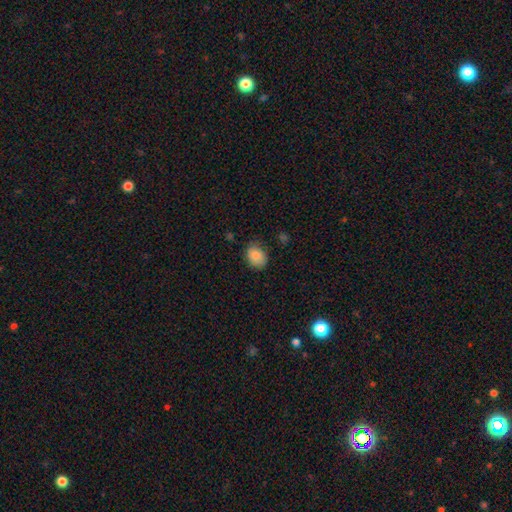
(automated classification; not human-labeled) Smooth or featured?
  - smooth: 87% *
  - star or artifact: 8%
  - featured or disk: 6%
How rounded?
  - in between: 59% *
  - round: 40%
  - cigar-shaped: 1%
Merging?
  - none: 75% *
  - minor disturbance: 20%
  - major disturbance: 4%
  - merger: 2%